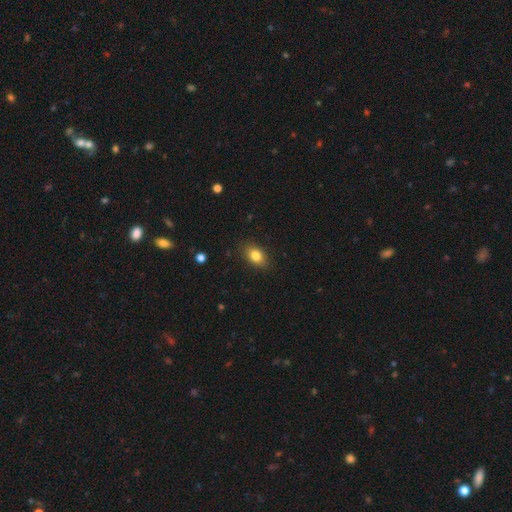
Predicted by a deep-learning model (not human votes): Q: Smooth or featured?
A: smooth (82%); runner-up: star or artifact (9%)
Q: How rounded?
A: in between (81%); runner-up: round (17%)
Q: Merging?
A: none (86%); runner-up: minor disturbance (11%)